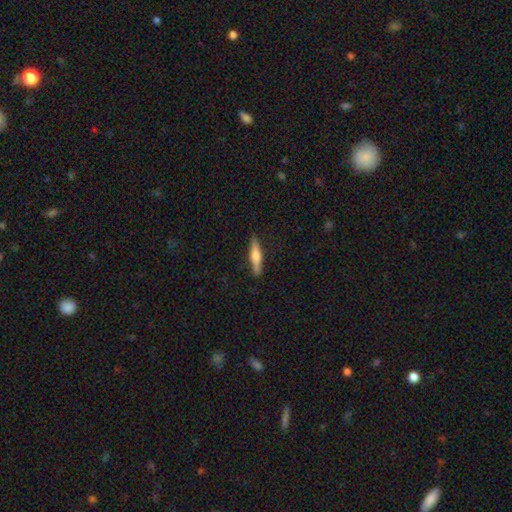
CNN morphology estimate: Smooth or featured: smooth — 50% (featured or disk — 44%)
How rounded: cigar-shaped — 83% (in between — 15%)
Merging: none — 89% (minor disturbance — 8%)